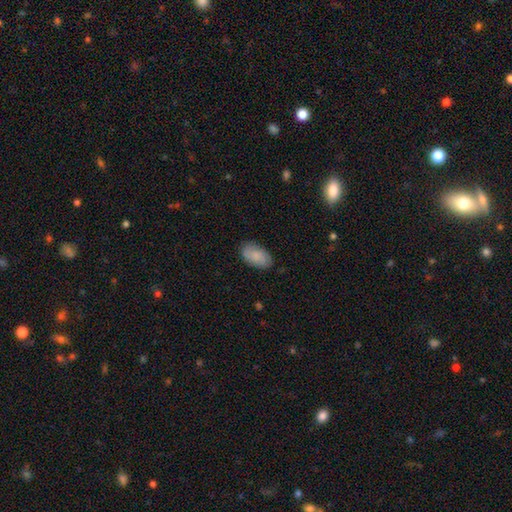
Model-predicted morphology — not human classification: This appears to be a smooth galaxy with no disk features (77%) that is in between round and cigar-shaped (94%). Merging: none (82%).